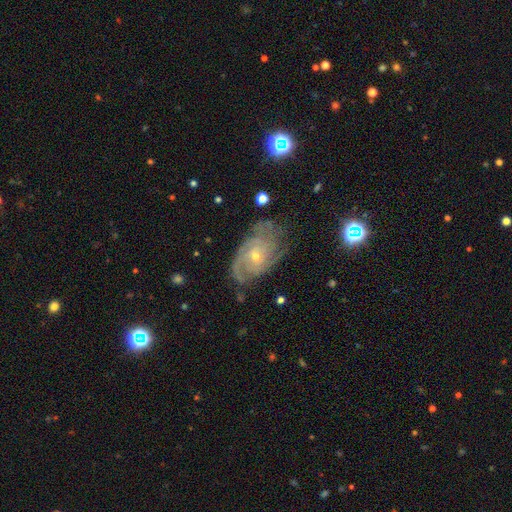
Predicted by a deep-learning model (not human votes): featured or disk 85%, smooth 8%, star or artifact 7%. Down the decision tree: edge-on disk — no (96%); bar — no (70%); spiral arms — yes (96%); spiral arm count — can't tell (31%); spiral winding — tight (57%); bulge size — small (70%); merging — none (67%).